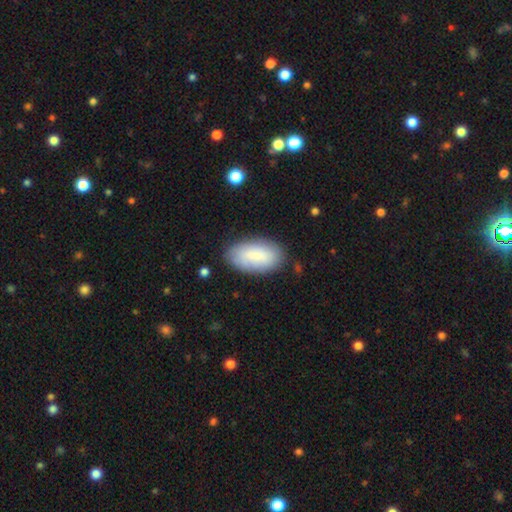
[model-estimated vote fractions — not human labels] smooth 79%, featured or disk 14%, star or artifact 7%. Down the decision tree: how rounded — in between (95%); merging — none (79%).